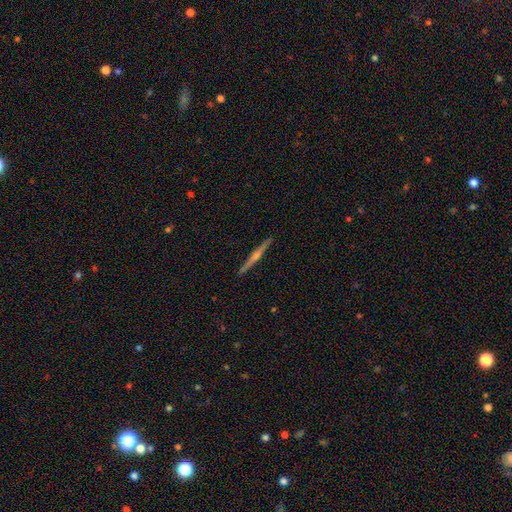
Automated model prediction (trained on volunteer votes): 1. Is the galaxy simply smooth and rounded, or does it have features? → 78% featured or disk, 17% smooth, 6% star or artifact.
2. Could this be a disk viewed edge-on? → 99% yes, 1% no.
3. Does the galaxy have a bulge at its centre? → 76% rounded, 15% none, 10% boxy.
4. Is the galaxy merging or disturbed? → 93% none, 5% minor disturbance, 1% major disturbance, 1% merger.